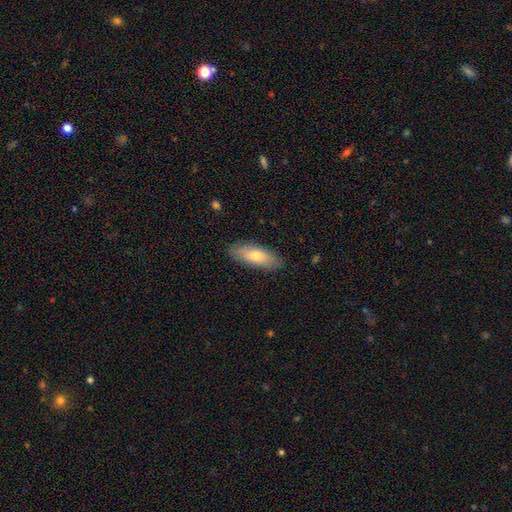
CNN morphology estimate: Smooth or featured? smooth (71%)
How rounded? in between (64%)
Merging? none (87%)